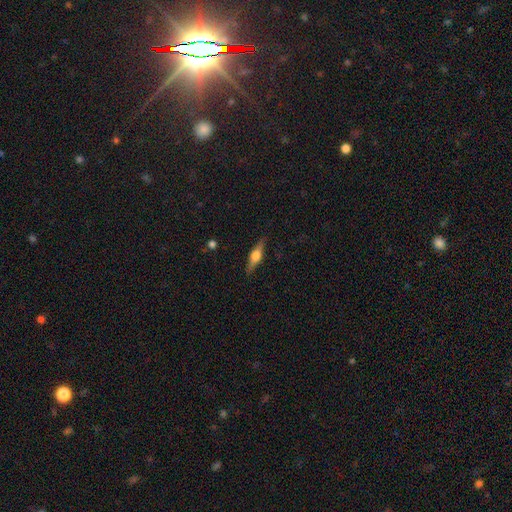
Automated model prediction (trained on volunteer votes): Smooth or featured: featured or disk — 61% (smooth — 33%)
Edge-on disk: yes — 96% (no — 4%)
Edge-on bulge: rounded — 90% (boxy — 8%)
Merging: none — 87% (minor disturbance — 10%)